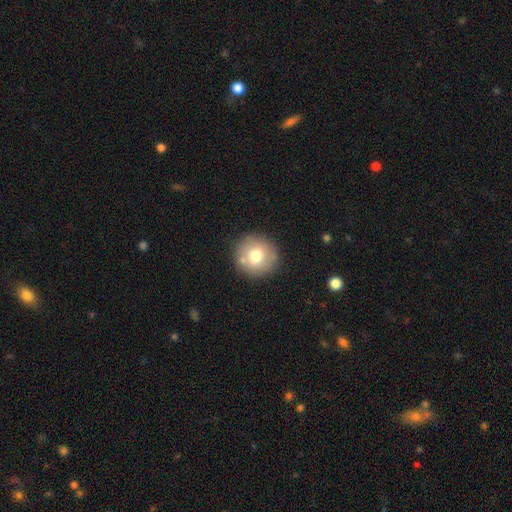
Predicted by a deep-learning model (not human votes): The model was most divided on "smooth or featured": smooth: 73%, featured or disk: 17%, star or artifact: 10%. More confident: how rounded — round (93%); merging — none (84%).